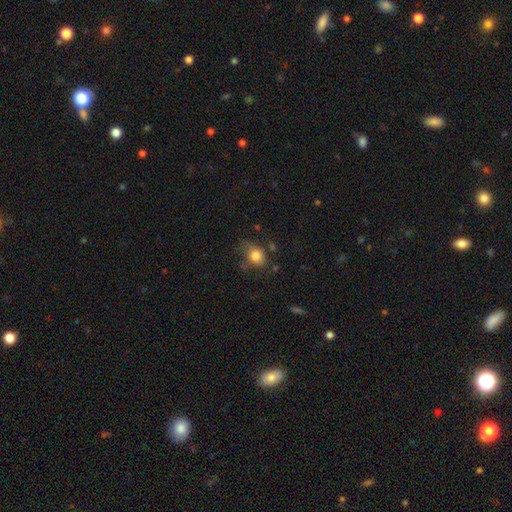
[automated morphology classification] smooth-or-featured: smooth: 80% | featured or disk: 11% | star or artifact: 10%
  how-rounded: in between: 53% | round: 46% | cigar-shaped: 1%
  merging: none: 51% | minor disturbance: 30% | major disturbance: 15% | merger: 4%